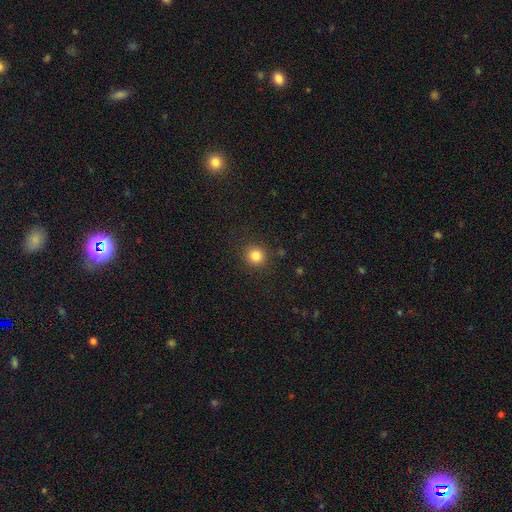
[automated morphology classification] smooth 84%, star or artifact 12%, featured or disk 4%. Down the decision tree: how rounded — round (92%); merging — none (89%).